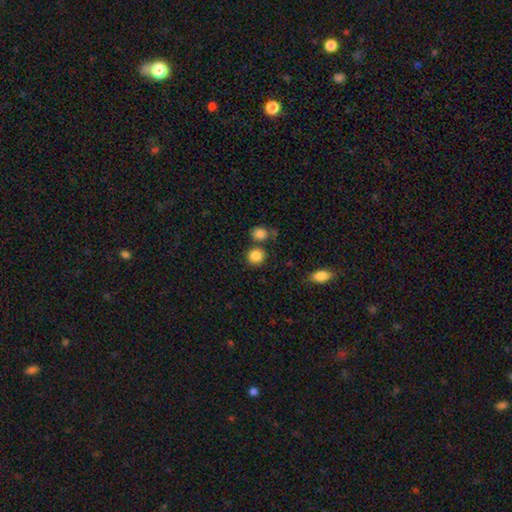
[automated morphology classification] The model was most divided on "merging": none: 74%, merger: 13%, minor disturbance: 10%, major disturbance: 3%. More confident: smooth or featured — smooth (86%); how rounded — round (85%).